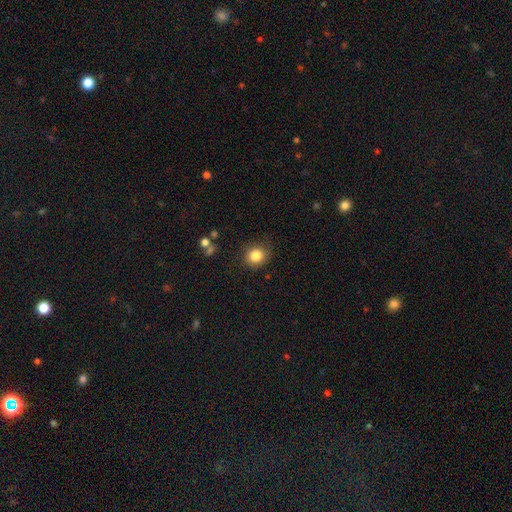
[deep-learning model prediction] A smooth galaxy with no disk features (84%) that is round (84%).

Vote fractions:
- Smooth or featured? smooth: 84% / star or artifact: 10% / featured or disk: 6%
- How rounded? round: 84% / in between: 16% / cigar-shaped: 1%
- Merging? none: 83% / minor disturbance: 12% / major disturbance: 3% / merger: 2%